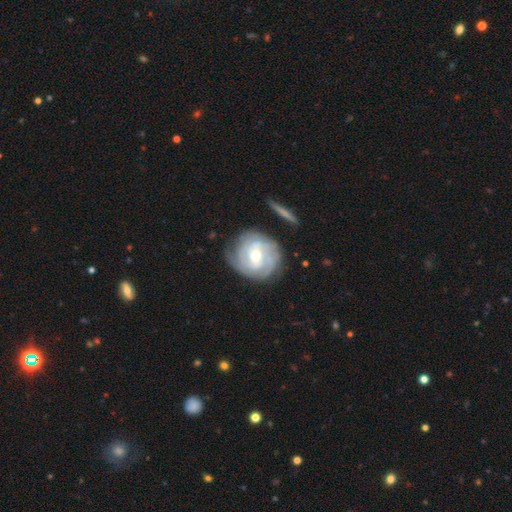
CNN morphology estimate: This appears to be a featured or disk galaxy (79%) with no bar (44%), tight (66%) spiral arms (91%) and a moderate central bulge (57%). Merging: none (73%).